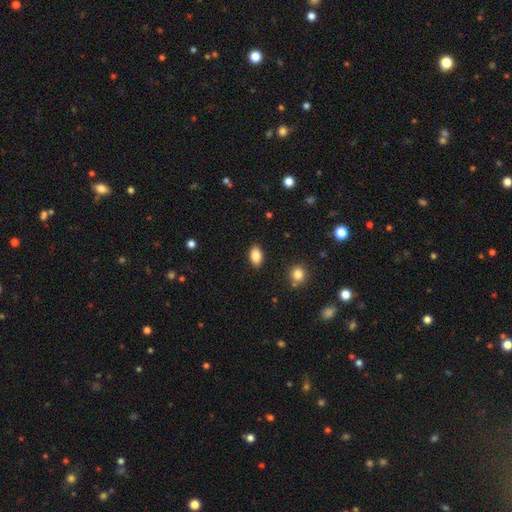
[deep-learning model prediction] Morphology: type=smooth (86%); roundness=in between (91%); merging=none (89%).